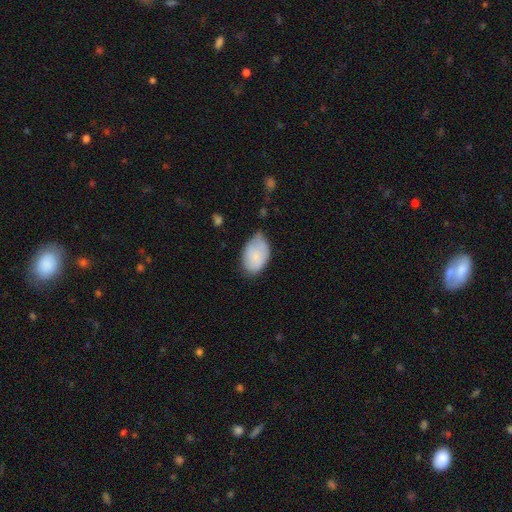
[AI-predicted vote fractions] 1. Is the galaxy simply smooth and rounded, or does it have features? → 78% smooth, 15% featured or disk, 6% star or artifact.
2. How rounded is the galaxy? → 87% in between, 11% round, 1% cigar-shaped.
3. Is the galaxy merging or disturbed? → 45% none, 42% minor disturbance, 10% major disturbance, 3% merger.